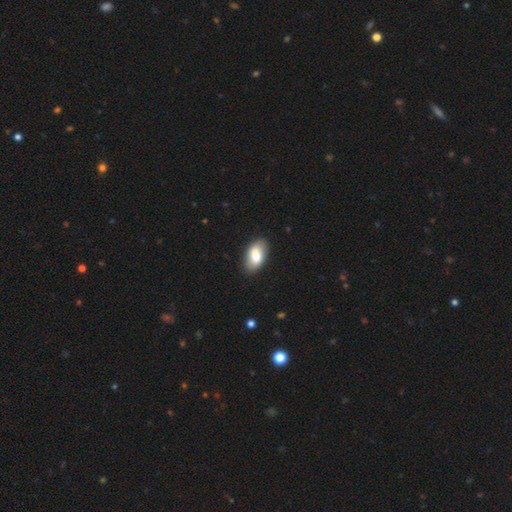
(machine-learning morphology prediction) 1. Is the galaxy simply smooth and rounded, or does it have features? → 74% smooth, 19% featured or disk, 6% star or artifact.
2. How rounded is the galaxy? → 93% in between, 4% round, 2% cigar-shaped.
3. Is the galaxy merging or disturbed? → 84% none, 12% minor disturbance, 3% major disturbance, 1% merger.